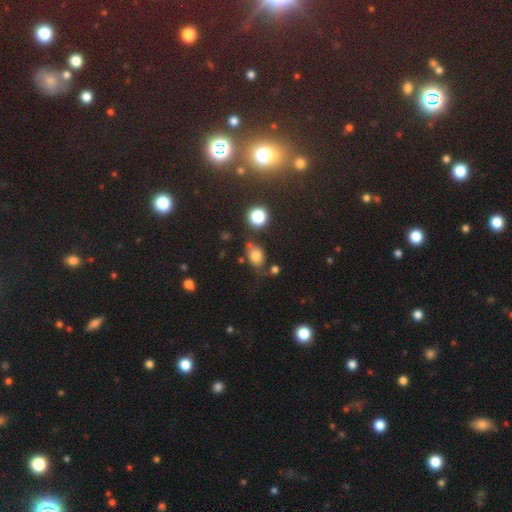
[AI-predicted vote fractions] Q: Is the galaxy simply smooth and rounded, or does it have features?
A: smooth — 74%.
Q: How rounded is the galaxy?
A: in between — 64%.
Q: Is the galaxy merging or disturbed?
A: none — 58%.